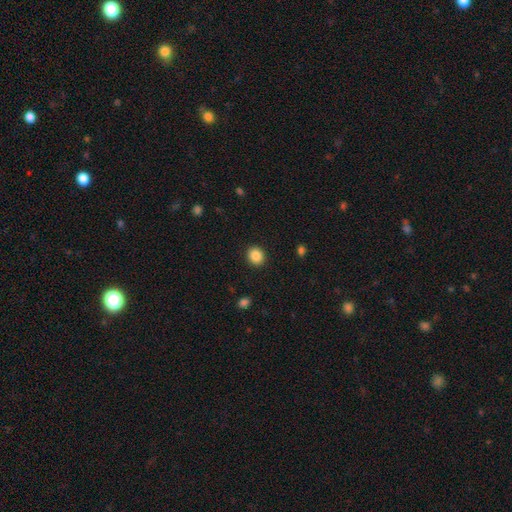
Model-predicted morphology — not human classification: smooth-or-featured: smooth: 86% | star or artifact: 9% | featured or disk: 4%
  how-rounded: round: 75% | in between: 24% | cigar-shaped: 1%
  merging: none: 91% | minor disturbance: 6% | major disturbance: 2% | merger: 1%